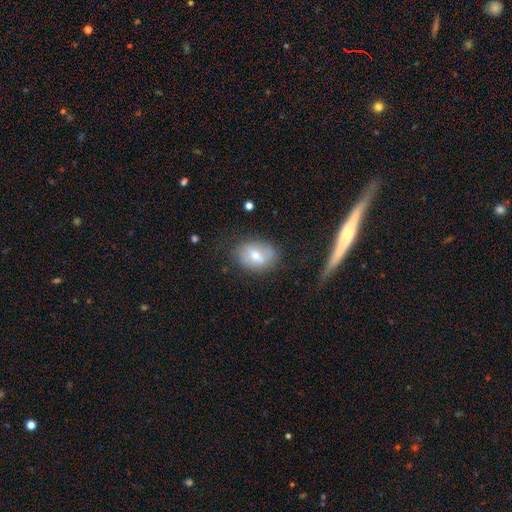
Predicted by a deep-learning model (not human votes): smooth 51%, featured or disk 40%, star or artifact 10%. Down the decision tree: how rounded — in between (71%); merging — none (71%).